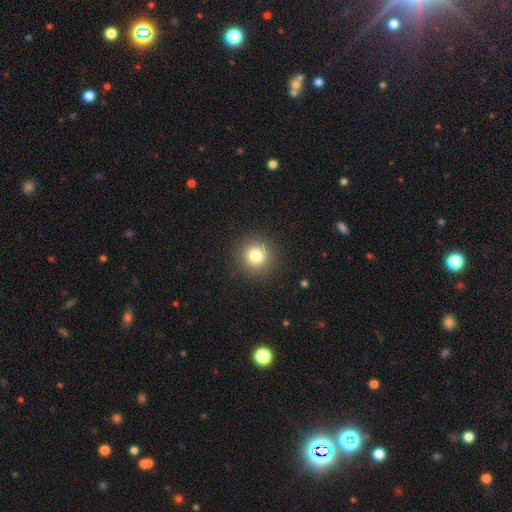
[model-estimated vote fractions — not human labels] A smooth galaxy with no disk features (81%) that is round (94%). Merging: none (91%).